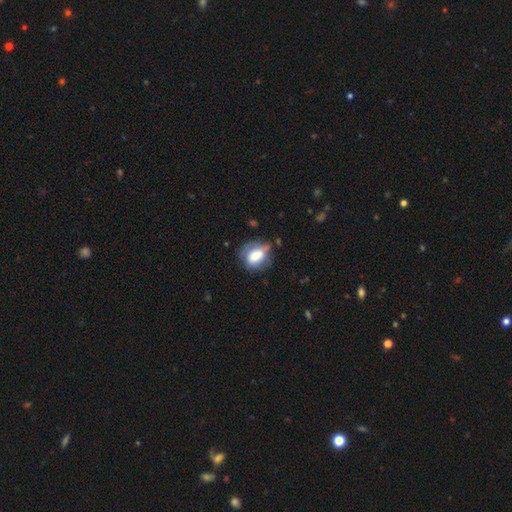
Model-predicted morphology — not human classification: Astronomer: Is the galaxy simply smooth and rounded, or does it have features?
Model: smooth — 70%.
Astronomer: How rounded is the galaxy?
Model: in between — 60% (runner-up: round, 38%).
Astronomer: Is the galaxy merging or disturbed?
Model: none — 51% (runner-up: minor disturbance, 33%).